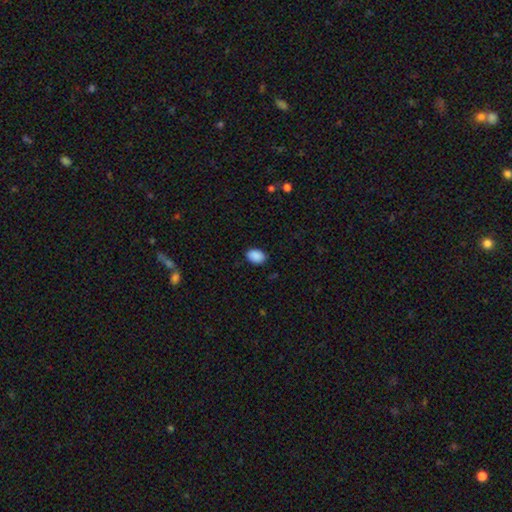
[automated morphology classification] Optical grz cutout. It shows a smooth galaxy with no disk features (90%) that is in between round and cigar-shaped (85%). Merging: none (88%).